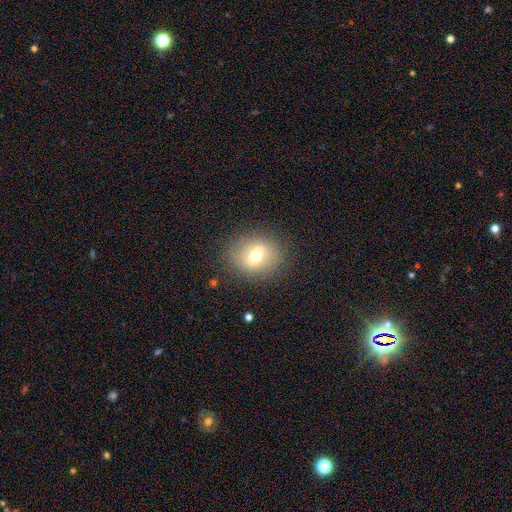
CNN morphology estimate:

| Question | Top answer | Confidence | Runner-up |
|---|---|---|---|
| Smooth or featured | smooth | 45% | featured or disk (43%) |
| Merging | none | 82% | minor disturbance (11%) |